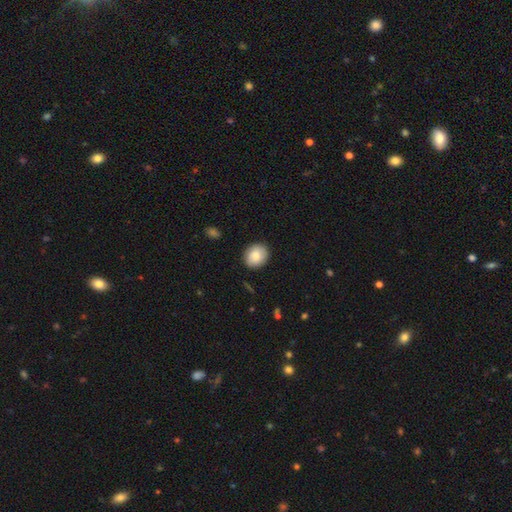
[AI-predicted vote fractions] Smooth or featured: smooth — 84% (featured or disk — 9%)
How rounded: round — 64% (in between — 35%)
Merging: none — 89% (minor disturbance — 8%)